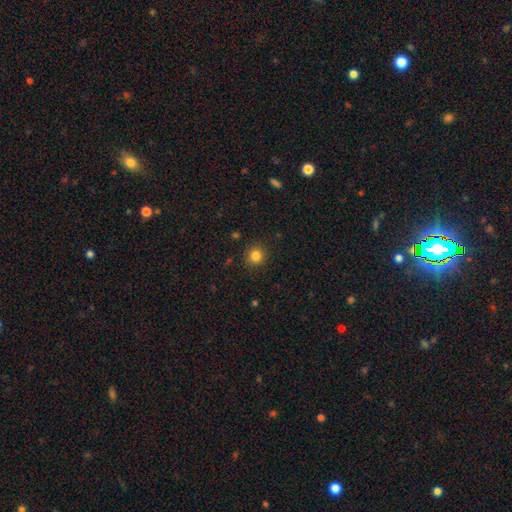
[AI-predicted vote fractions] This is clearly a smooth galaxy (82%). How rounded: clearly round (91%). Merging: clearly none (90%).